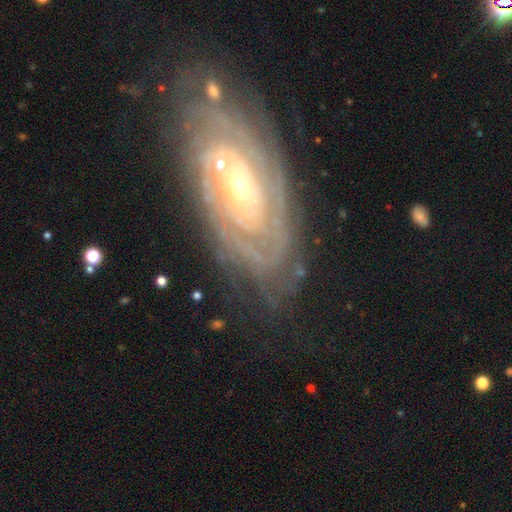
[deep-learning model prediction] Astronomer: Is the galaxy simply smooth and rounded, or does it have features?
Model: featured or disk — 85%.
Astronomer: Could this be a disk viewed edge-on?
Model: no — 92%.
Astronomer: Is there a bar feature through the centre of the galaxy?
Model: no — 67%.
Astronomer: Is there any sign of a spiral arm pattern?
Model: yes — 92%.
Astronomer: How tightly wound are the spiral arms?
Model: tight — 82%.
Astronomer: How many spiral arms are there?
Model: can't tell — 44%.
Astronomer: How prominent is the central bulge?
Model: small — 55% (runner-up: moderate, 39%).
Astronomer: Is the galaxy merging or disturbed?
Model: none — 75%.